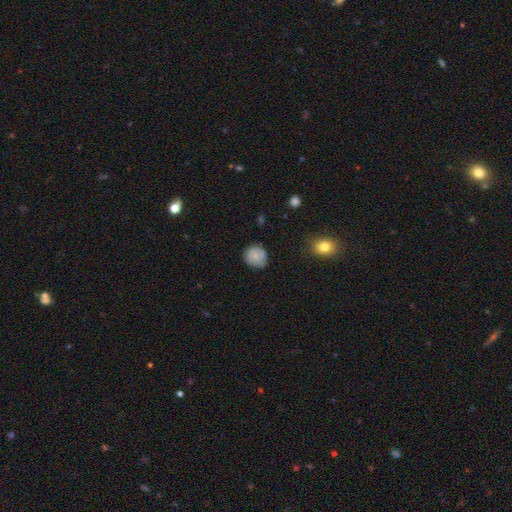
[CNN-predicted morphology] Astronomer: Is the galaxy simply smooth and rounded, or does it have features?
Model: smooth — 75%.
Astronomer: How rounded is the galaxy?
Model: round — 86%.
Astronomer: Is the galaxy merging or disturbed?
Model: none — 75%.